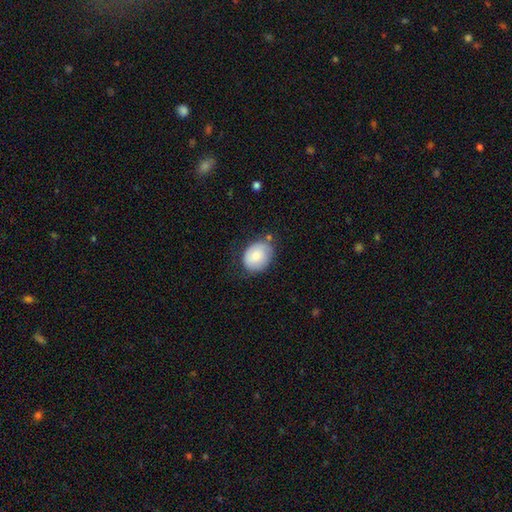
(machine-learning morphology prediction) Smooth or featured?
  - smooth: 78% *
  - featured or disk: 15%
  - star or artifact: 7%
How rounded?
  - in between: 66% *
  - round: 34%
  - cigar-shaped: 1%
Merging?
  - none: 62% *
  - minor disturbance: 27%
  - major disturbance: 7%
  - merger: 4%